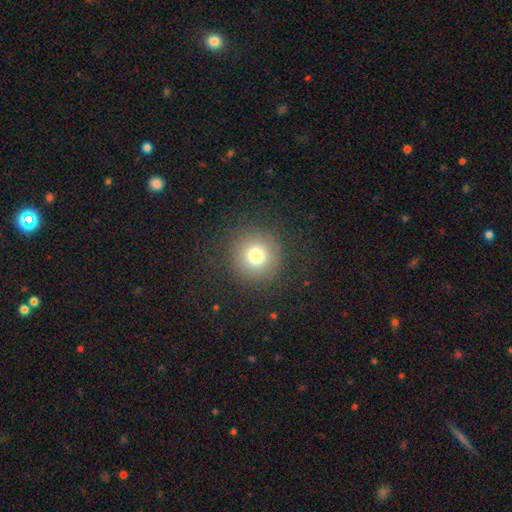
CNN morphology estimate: smooth 75%, star or artifact 15%, featured or disk 10%. Down the decision tree: how rounded — round (95%); merging — none (88%).